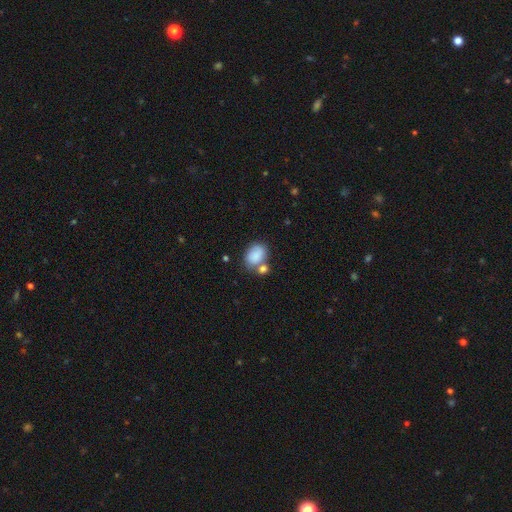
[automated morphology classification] Smooth or featured: smooth — 84% (star or artifact — 8%)
How rounded: in between — 75% (round — 24%)
Merging: none — 49% (merger — 30%)